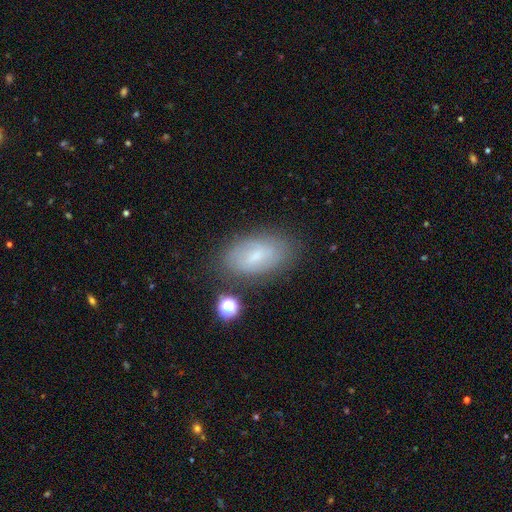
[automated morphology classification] Overall: smooth (50%; featured or disk 40%). Merging: none (76%).